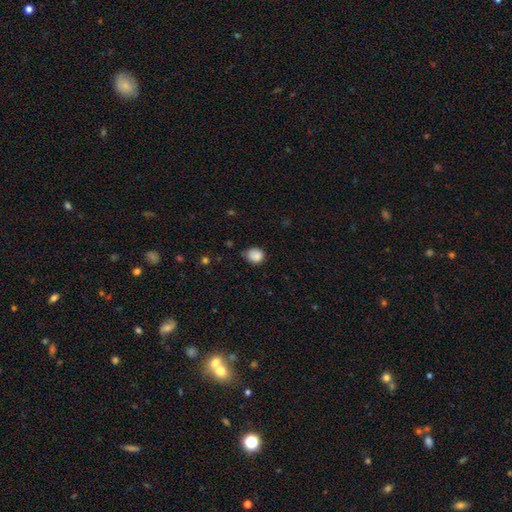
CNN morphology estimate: Overall: smooth (87%). How rounded: round (72%). Merging: none (66%; minor disturbance 27%).